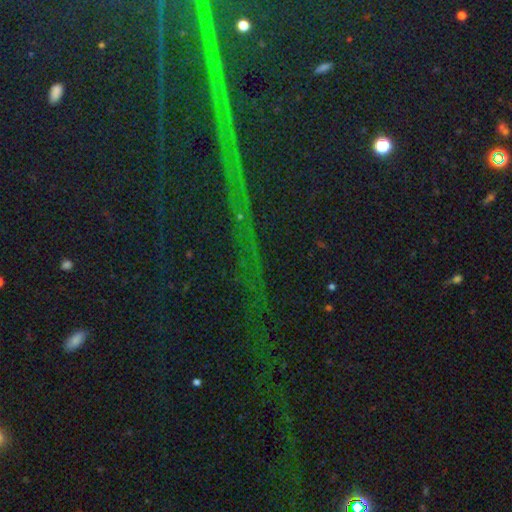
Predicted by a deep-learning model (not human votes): Smooth or featured? star or artifact (85%)